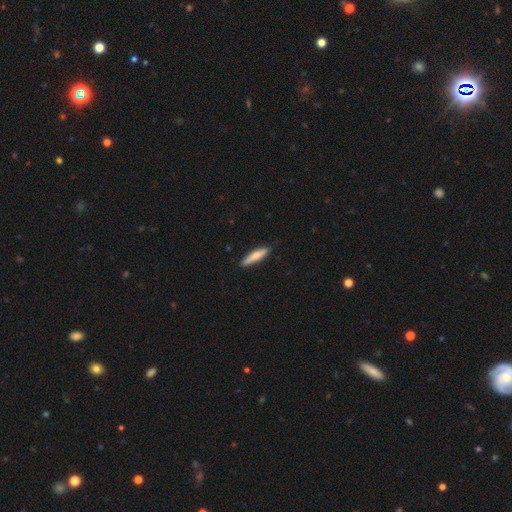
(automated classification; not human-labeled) Smooth or featured?
  - smooth: 70% *
  - featured or disk: 25%
  - star or artifact: 5%
How rounded?
  - cigar-shaped: 84% *
  - in between: 14%
  - round: 1%
Merging?
  - none: 85% *
  - minor disturbance: 12%
  - major disturbance: 2%
  - merger: 1%